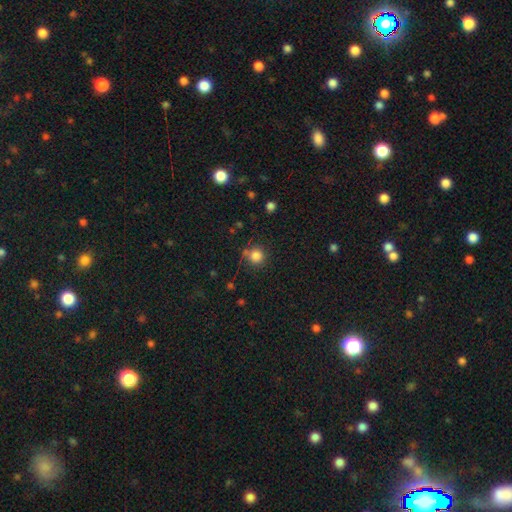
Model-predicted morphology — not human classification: Smooth or featured? Predicted: smooth (p=0.82). How rounded? Predicted: round (p=0.92). Merging? Predicted: none (p=0.76).